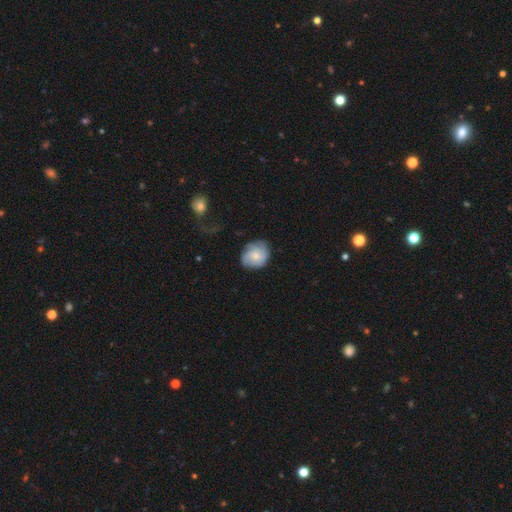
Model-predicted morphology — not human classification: Q: Smooth or featured?
A: smooth (50%); runner-up: featured or disk (42%)
Q: How rounded?
A: round (66%); runner-up: in between (33%)
Q: Merging?
A: none (68%); runner-up: minor disturbance (23%)